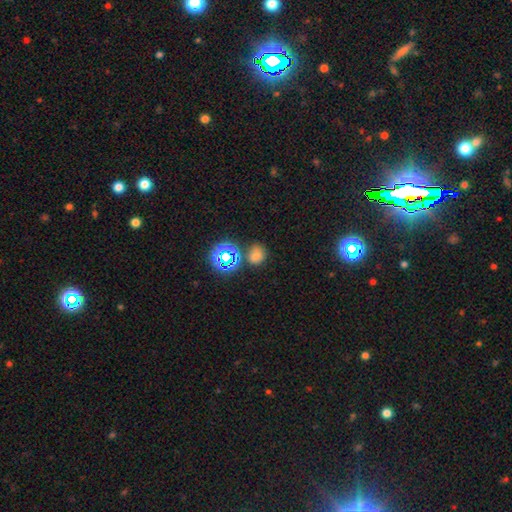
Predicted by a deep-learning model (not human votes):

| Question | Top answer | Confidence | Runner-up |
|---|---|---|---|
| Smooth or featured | smooth | 64% | star or artifact (29%) |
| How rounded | round | 74% | in between (25%) |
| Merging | none | 72% | minor disturbance (13%) |